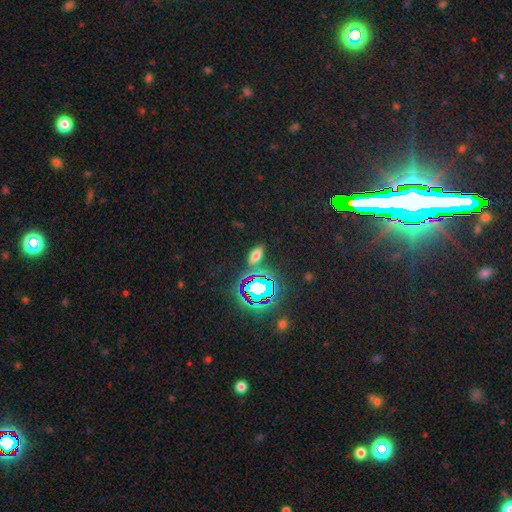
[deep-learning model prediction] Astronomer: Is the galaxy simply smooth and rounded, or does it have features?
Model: smooth — 56%.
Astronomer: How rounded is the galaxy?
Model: in between — 72%.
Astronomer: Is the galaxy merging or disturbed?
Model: none — 83%.